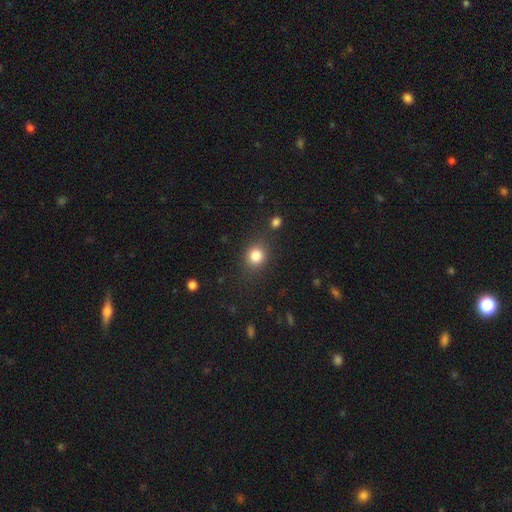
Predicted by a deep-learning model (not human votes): Smooth or featured? smooth (83%)
How rounded? round (78%)
Merging? none (83%)